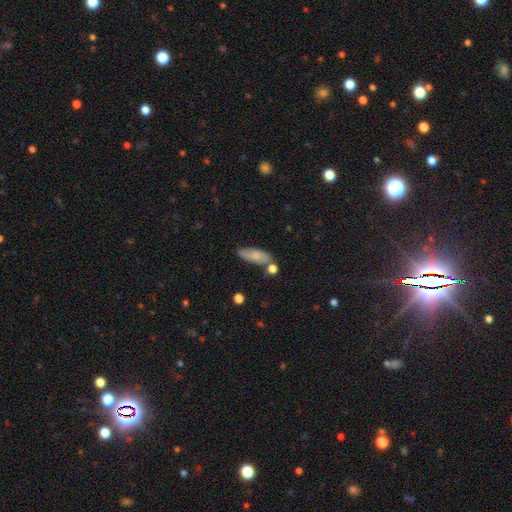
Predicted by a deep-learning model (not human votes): A smooth galaxy with no disk features (74%) that is in between round and cigar-shaped (68%). Merging: none (65%).